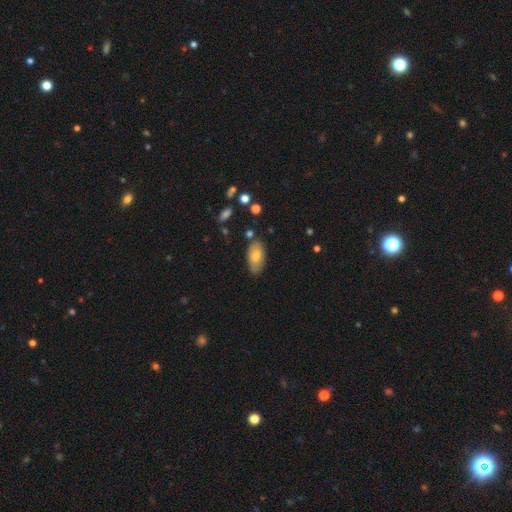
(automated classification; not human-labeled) Q: Smooth or featured?
A: smooth (74%); runner-up: featured or disk (19%)
Q: How rounded?
A: in between (92%); runner-up: cigar-shaped (5%)
Q: Merging?
A: none (72%); runner-up: minor disturbance (21%)